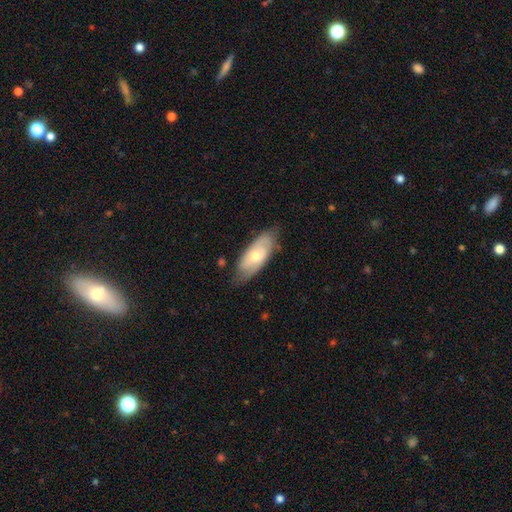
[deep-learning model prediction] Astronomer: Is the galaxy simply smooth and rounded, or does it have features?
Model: featured or disk — 51% (runner-up: smooth, 43%).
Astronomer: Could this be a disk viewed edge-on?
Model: no — 82%.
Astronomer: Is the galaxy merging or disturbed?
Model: none — 74%.